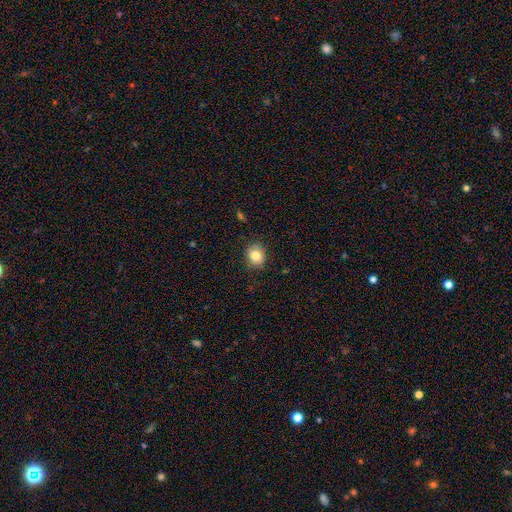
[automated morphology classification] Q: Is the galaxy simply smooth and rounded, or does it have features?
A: smooth — 83%.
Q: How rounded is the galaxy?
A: round — 60%.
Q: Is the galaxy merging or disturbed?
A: none — 85%.